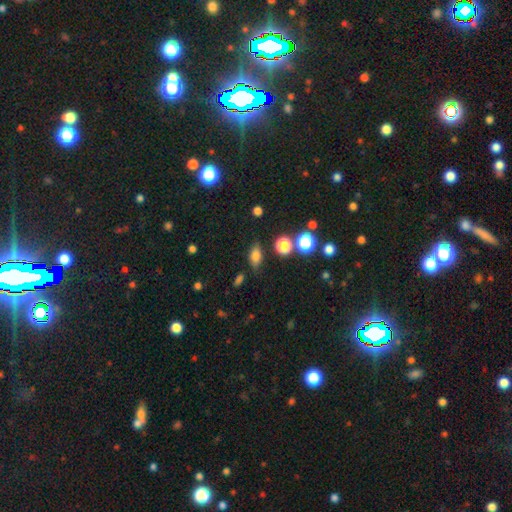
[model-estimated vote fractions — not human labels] Smooth or featured? smooth (75%)
How rounded? in between (79%)
Merging? none (79%)